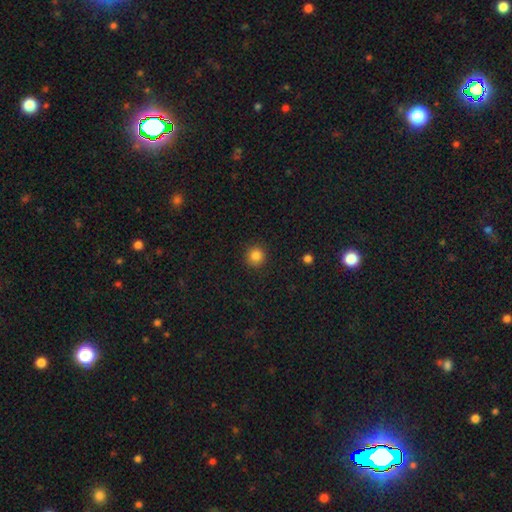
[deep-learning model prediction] smooth_or_featured: smooth (p=0.85) [alt: star or artifact p=0.11]
how_rounded: round (p=0.93) [alt: in between p=0.06]
merging: none (p=0.91) [alt: minor disturbance p=0.06]